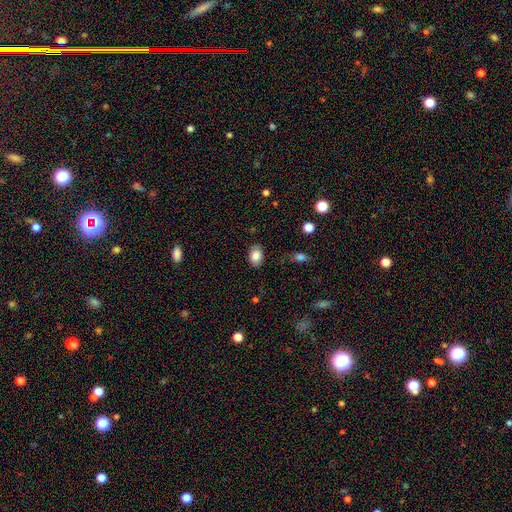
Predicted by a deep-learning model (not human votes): The model was most divided on "how rounded": in between: 81%, round: 18%, cigar-shaped: 1%. More confident: merging — none (85%); smooth or featured — smooth (84%).